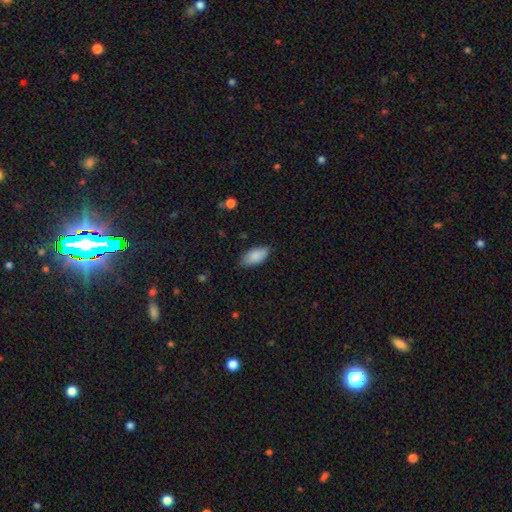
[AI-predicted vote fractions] Smooth or featured? Predicted: smooth (p=0.87). How rounded? Predicted: in between (p=0.91). Merging? Predicted: none (p=0.79).